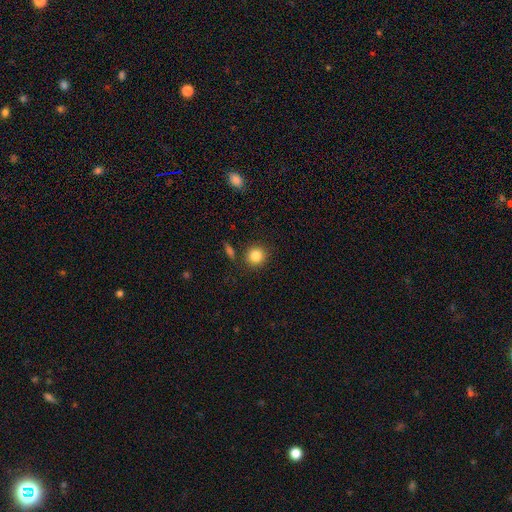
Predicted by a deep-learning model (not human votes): A smooth galaxy with no disk features (85%) that is round (89%).

Vote fractions:
- Smooth or featured? smooth: 85% / star or artifact: 10% / featured or disk: 5%
- How rounded? round: 89% / in between: 10% / cigar-shaped: 1%
- Merging? none: 85% / minor disturbance: 8% / merger: 4% / major disturbance: 3%